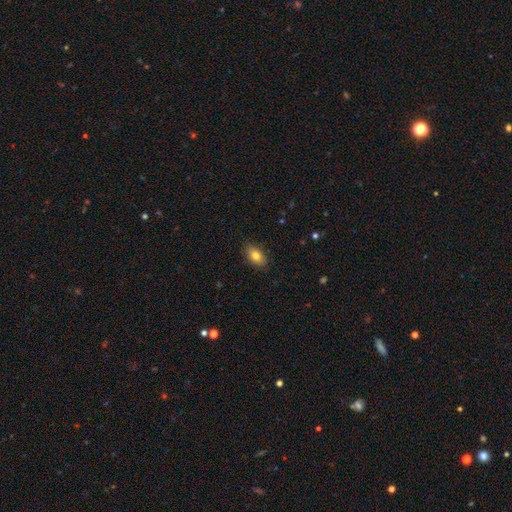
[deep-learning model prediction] A smooth galaxy with no disk features (81%) that is in between round and cigar-shaped (90%). Merging: none (87%).